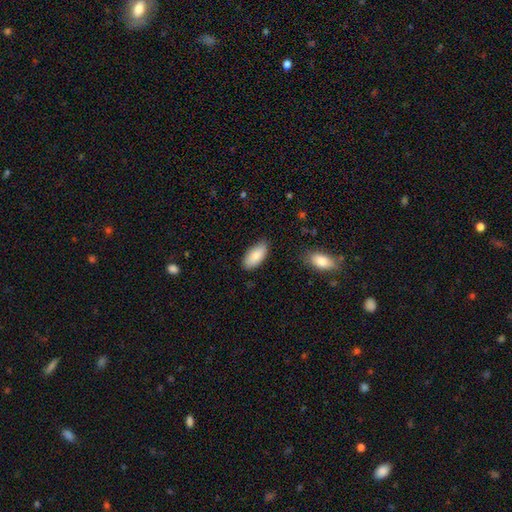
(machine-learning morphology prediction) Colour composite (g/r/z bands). It shows a smooth galaxy with no disk features (84%) that is in between round and cigar-shaped (91%). Merging: none (80%).